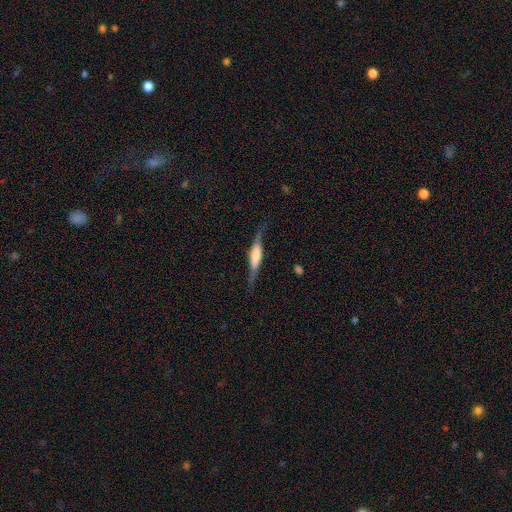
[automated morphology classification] Smooth or featured? Predicted: featured or disk (p=0.57). Edge-on disk? Predicted: yes (p=0.87). Merging? Predicted: none (p=0.72).